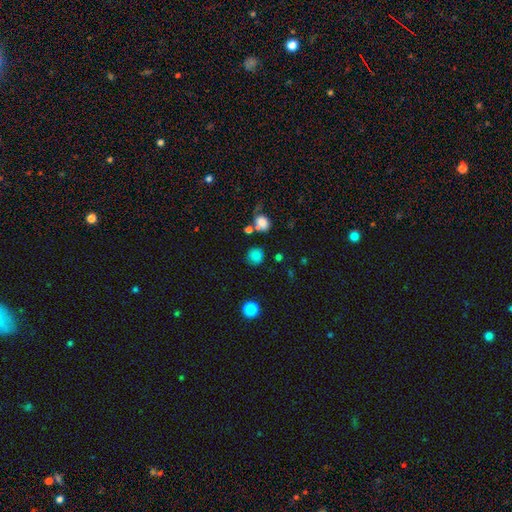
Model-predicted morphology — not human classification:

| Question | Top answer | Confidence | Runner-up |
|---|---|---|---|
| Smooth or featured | smooth | 81% | star or artifact (14%) |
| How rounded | round | 90% | in between (9%) |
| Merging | none | 79% | minor disturbance (11%) |